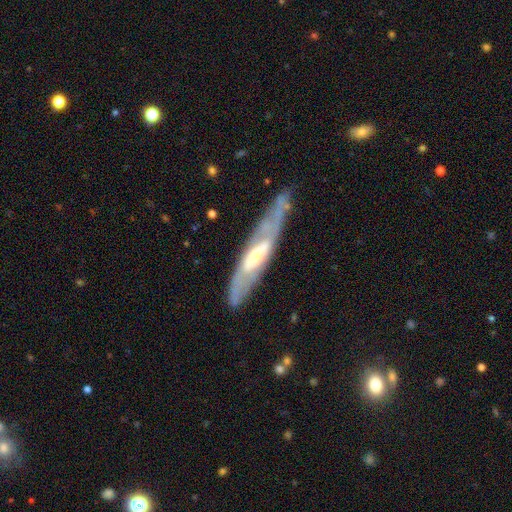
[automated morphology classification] smooth_or_featured: featured or disk (p=0.73) [alt: smooth p=0.22]
disk_edge_on: no (p=0.57) [alt: yes p=0.43]
merging: none (p=0.69) [alt: minor disturbance p=0.20]